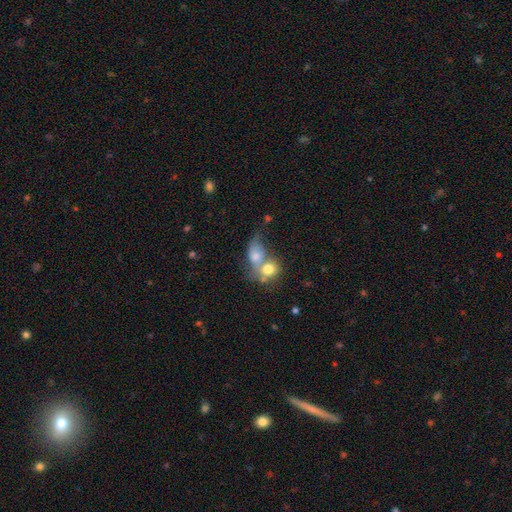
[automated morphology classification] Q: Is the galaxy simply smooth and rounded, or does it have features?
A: smooth — 66%.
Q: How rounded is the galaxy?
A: in between — 60%.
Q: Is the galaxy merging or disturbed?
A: merger — 67%.